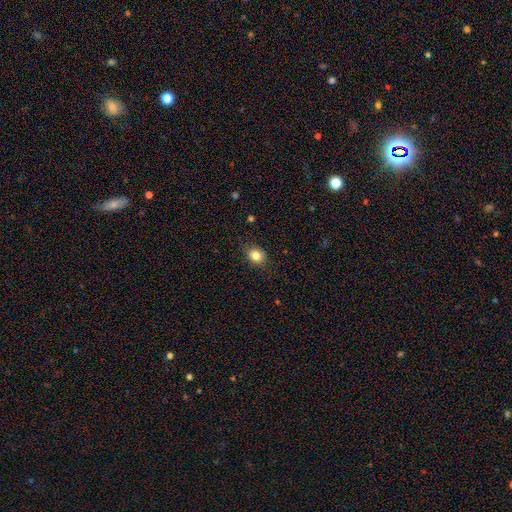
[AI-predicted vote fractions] A smooth galaxy with no disk features (83%) that is round (60%). Merging: none (85%).